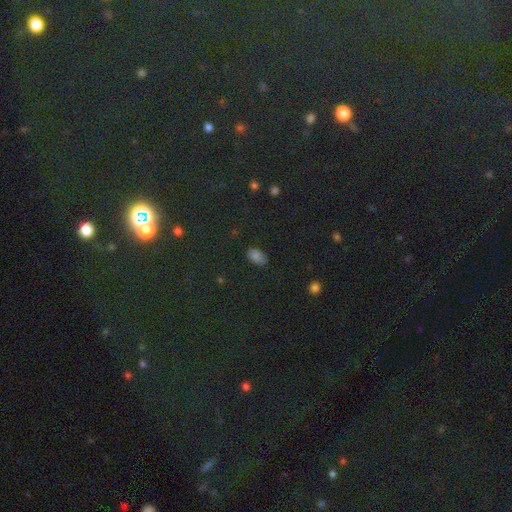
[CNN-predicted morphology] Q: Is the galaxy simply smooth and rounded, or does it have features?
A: smooth — 77%.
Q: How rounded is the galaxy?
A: in between — 91%.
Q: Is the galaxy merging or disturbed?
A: none — 83%.